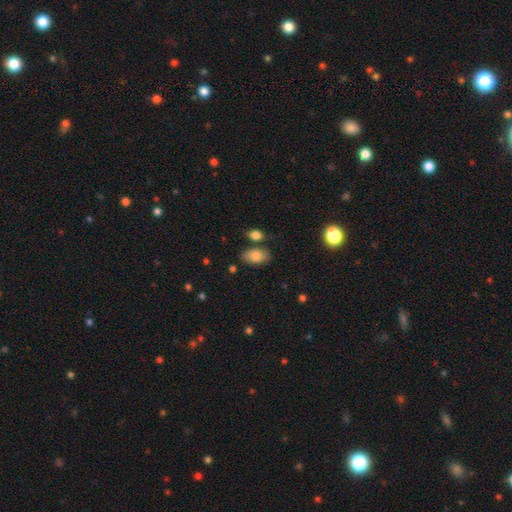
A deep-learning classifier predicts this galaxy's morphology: This is clearly a smooth galaxy (80%). How rounded: clearly in between (92%). Merging: likely none (70%).